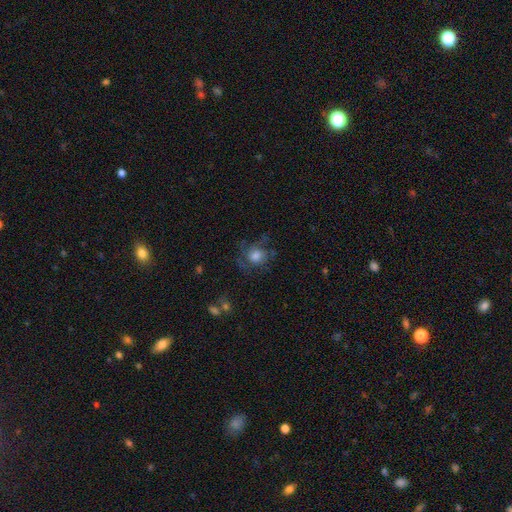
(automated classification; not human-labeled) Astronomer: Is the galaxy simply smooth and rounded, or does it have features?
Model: featured or disk — 45% (runner-up: smooth, 43%).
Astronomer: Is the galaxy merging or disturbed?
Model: none — 59%.